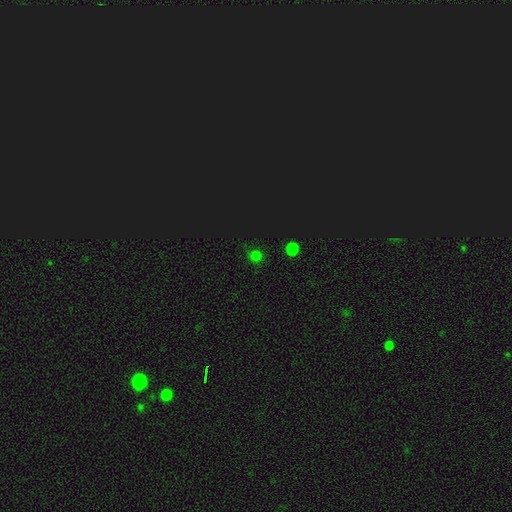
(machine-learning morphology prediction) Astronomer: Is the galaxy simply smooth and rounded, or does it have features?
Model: smooth — 67%.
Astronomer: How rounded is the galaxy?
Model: round — 94%.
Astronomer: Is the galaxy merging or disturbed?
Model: none — 88%.